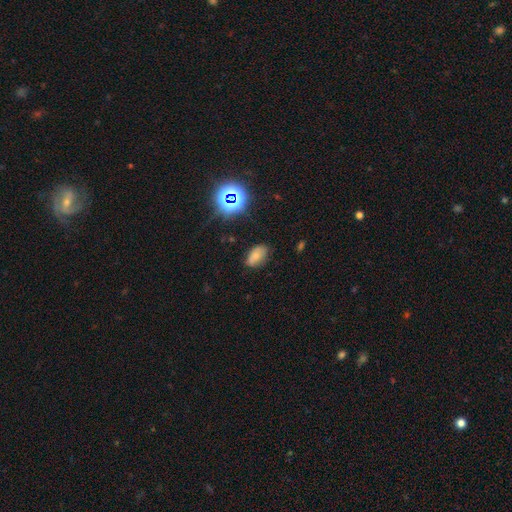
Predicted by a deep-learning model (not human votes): Smooth or featured? Predicted: smooth (p=0.71). How rounded? Predicted: in between (p=0.91). Merging? Predicted: none (p=0.74).